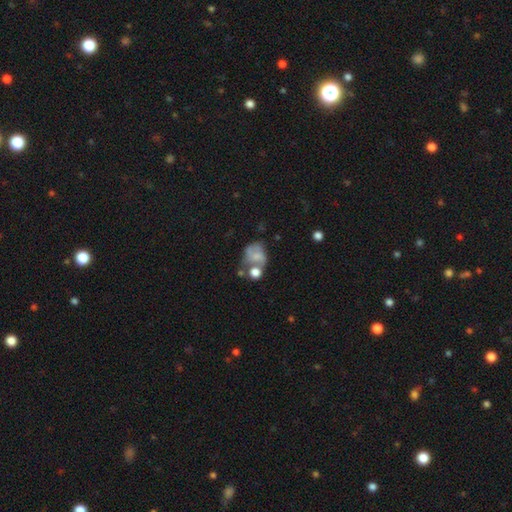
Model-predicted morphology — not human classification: Smooth or featured: smooth — 46% (featured or disk — 43%)
Merging: merger — 32% (none — 27%)